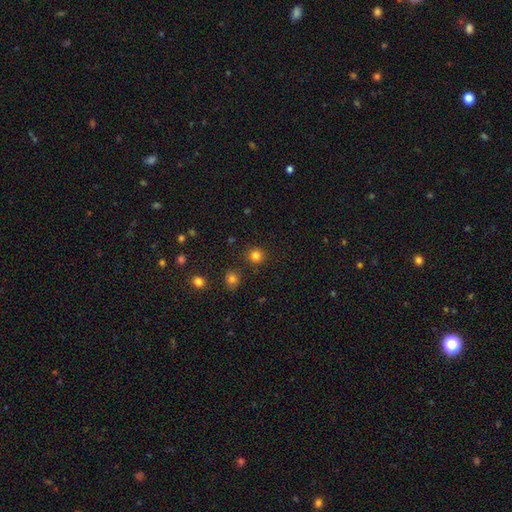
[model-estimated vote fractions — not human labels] Smooth or featured? smooth (82%)
How rounded? round (93%)
Merging? none (89%)